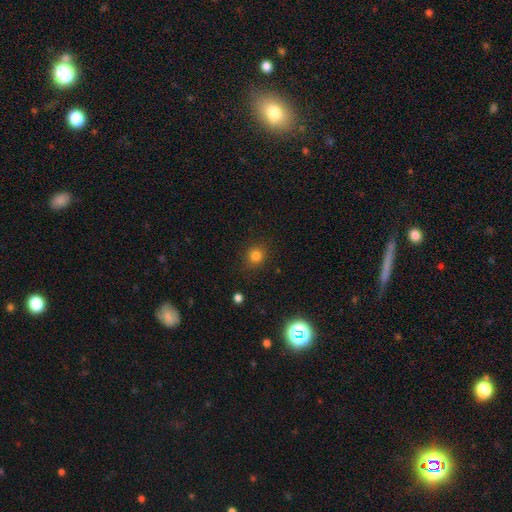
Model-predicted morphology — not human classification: Smooth or featured: smooth — 80% (star or artifact — 15%)
How rounded: round — 86% (in between — 13%)
Merging: none — 88% (minor disturbance — 8%)